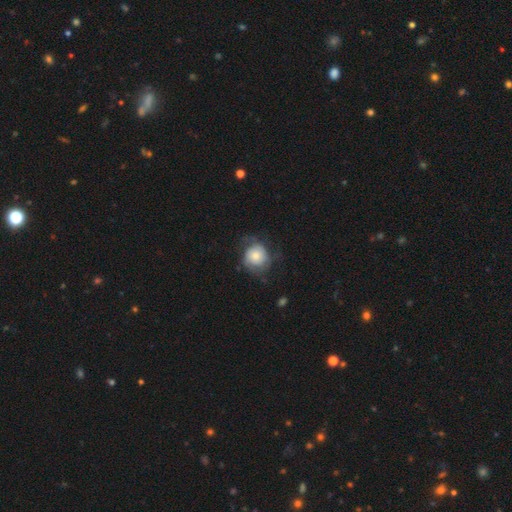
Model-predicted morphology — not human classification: Overall: smooth (50%; featured or disk 43%). Merging: none (53%; minor disturbance 25%).